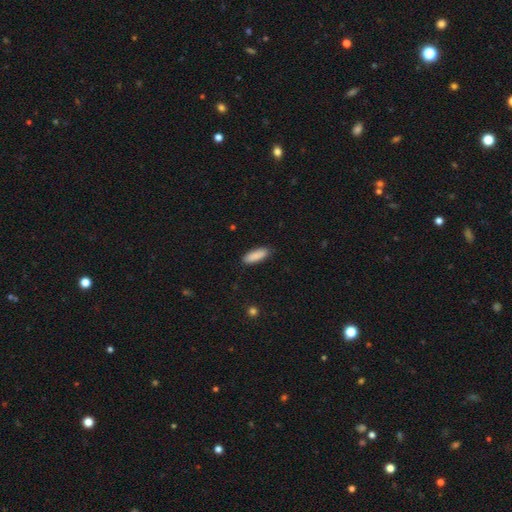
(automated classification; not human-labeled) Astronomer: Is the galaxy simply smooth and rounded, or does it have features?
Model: smooth — 89%.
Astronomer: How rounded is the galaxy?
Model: in between — 65%.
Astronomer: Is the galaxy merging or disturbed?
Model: none — 88%.